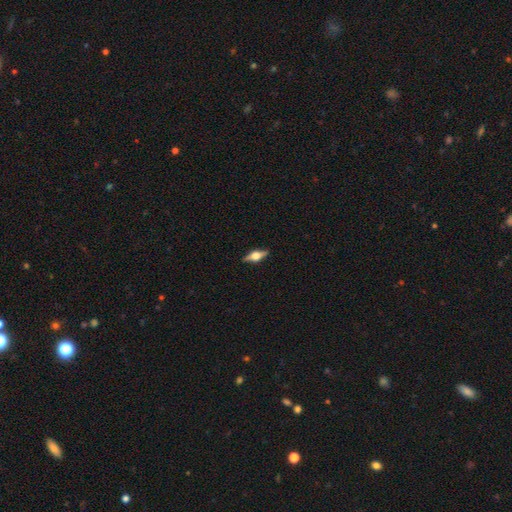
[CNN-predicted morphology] type=featured or disk (70%); edge-on=yes (96%); edge-on bulge=rounded (93%); merging=none (89%).